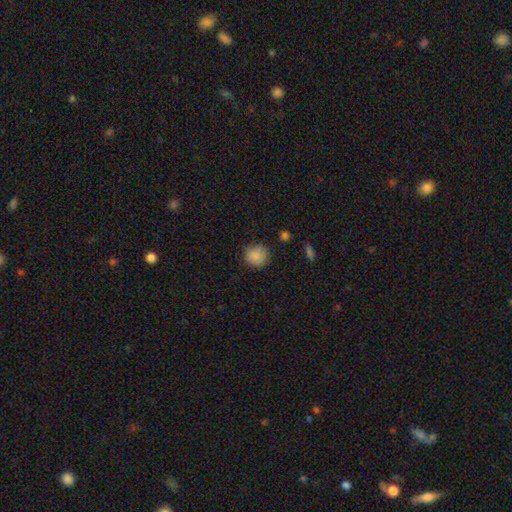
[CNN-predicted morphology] This appears to be a smooth galaxy with no disk features (87%) that is round (90%). Merging: none (84%).